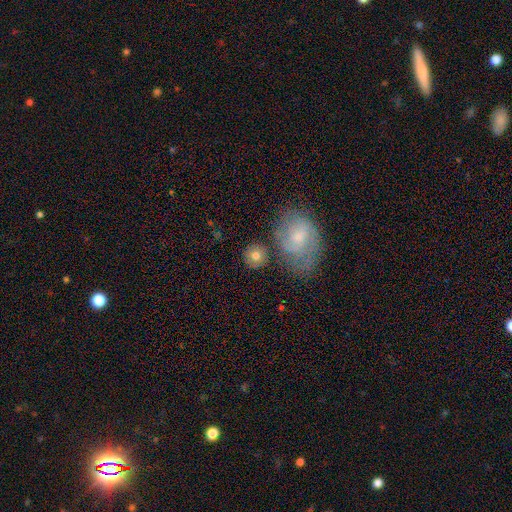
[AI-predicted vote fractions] Overall: smooth (77%). How rounded: round (87%). Merging: none (79%).